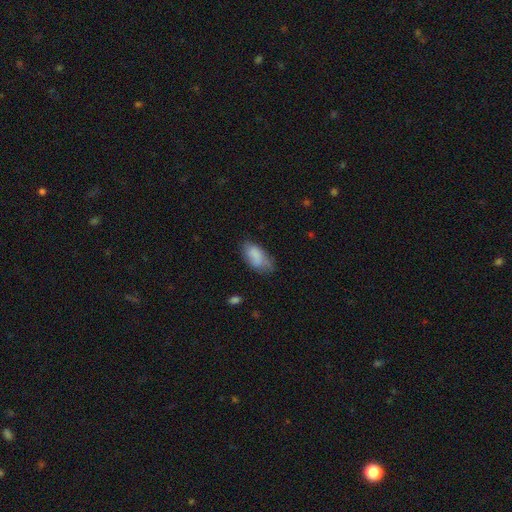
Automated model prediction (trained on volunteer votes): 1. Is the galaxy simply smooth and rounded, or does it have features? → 80% smooth, 13% featured or disk, 8% star or artifact.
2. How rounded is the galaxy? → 93% in between, 4% cigar-shaped, 3% round.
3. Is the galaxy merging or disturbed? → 53% none, 33% minor disturbance, 11% major disturbance, 3% merger.